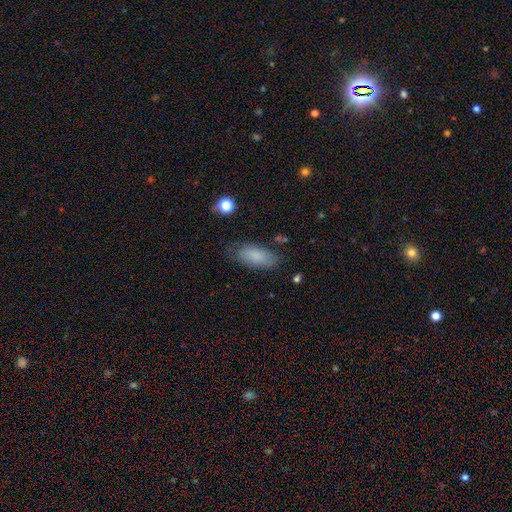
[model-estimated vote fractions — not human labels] smooth_or_featured: smooth (p=0.83) [alt: featured or disk p=0.10]
how_rounded: in between (p=0.87) [alt: cigar-shaped p=0.11]
merging: none (p=0.74) [alt: minor disturbance p=0.19]